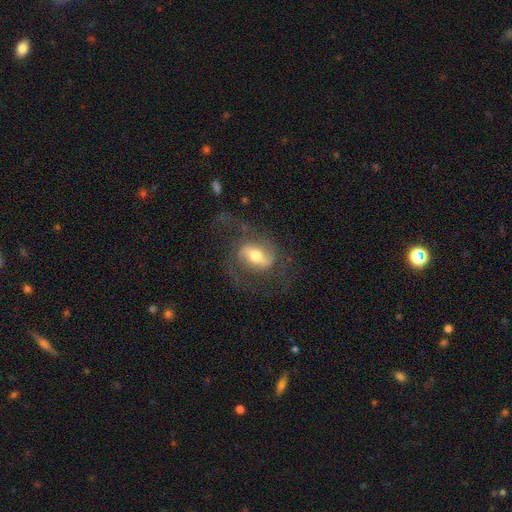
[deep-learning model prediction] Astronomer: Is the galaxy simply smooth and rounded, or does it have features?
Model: featured or disk — 74%.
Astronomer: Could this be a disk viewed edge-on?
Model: no — 94%.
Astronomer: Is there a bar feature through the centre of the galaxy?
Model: strong — 44% (runner-up: weak, 39%).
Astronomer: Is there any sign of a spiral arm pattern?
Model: yes — 86%.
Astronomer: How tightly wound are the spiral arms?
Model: medium — 49% (runner-up: loose, 36%).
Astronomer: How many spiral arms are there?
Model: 2 — 84%.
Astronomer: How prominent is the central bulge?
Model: moderate — 66%.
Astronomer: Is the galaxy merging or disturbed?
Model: none — 60%.